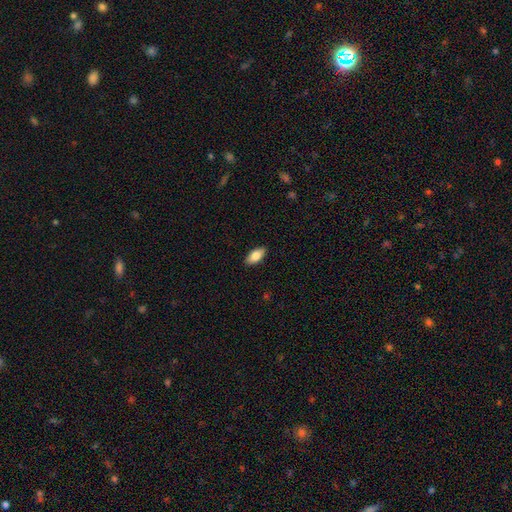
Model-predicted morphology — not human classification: smooth-or-featured: smooth: 81% | featured or disk: 13% | star or artifact: 6%
  how-rounded: in between: 89% | cigar-shaped: 9% | round: 2%
  merging: none: 89% | minor disturbance: 8% | major disturbance: 2% | merger: 1%